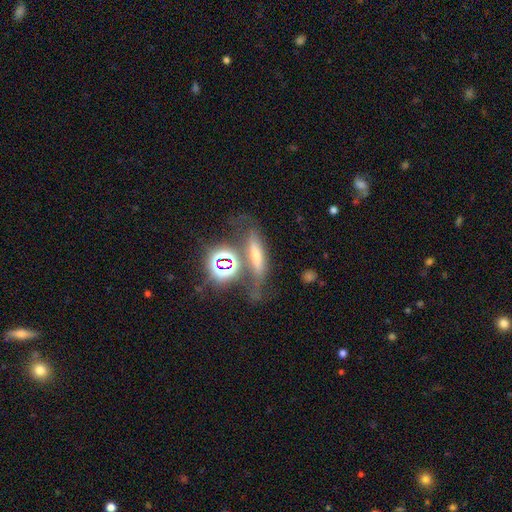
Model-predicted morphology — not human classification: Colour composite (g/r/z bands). It shows a smooth galaxy with no disk features (44%). Merging: none (52%).